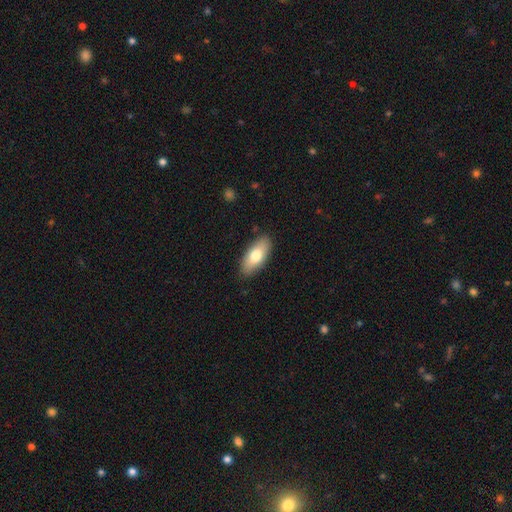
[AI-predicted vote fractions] Smooth or featured?
  - smooth: 74% *
  - featured or disk: 20%
  - star or artifact: 6%
How rounded?
  - in between: 86% *
  - cigar-shaped: 11%
  - round: 3%
Merging?
  - none: 87% *
  - minor disturbance: 10%
  - major disturbance: 2%
  - merger: 1%